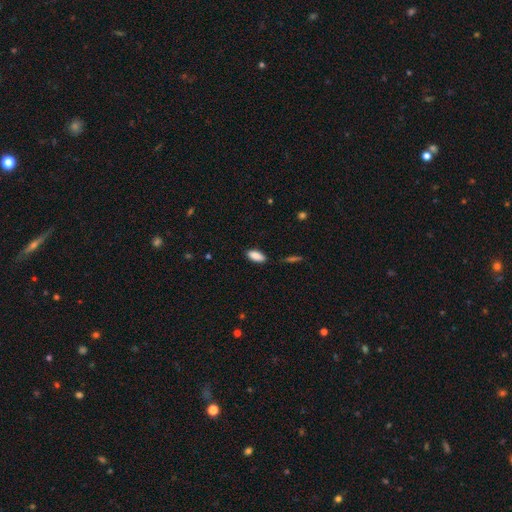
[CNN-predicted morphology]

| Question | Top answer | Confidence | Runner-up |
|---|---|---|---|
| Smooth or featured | smooth | 88% | star or artifact (7%) |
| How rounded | in between | 87% | cigar-shaped (12%) |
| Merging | none | 86% | minor disturbance (10%) |